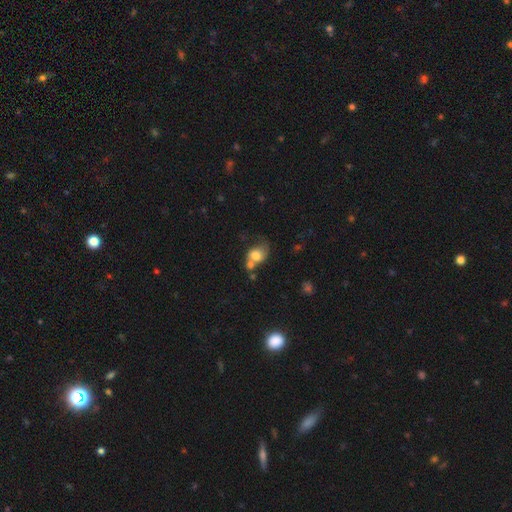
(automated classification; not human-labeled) Smooth or featured: smooth — 71% (featured or disk — 19%)
How rounded: round — 51% (in between — 48%)
Merging: merger — 43% (none — 26%)